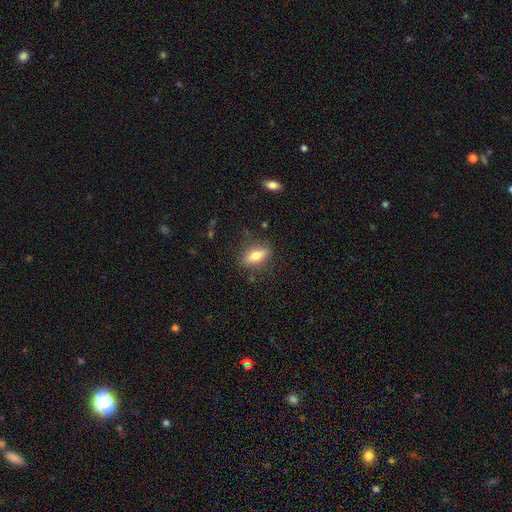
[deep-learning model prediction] This appears to be a smooth galaxy with no disk features (68%) that is in between round and cigar-shaped (72%). Merging: none (80%).